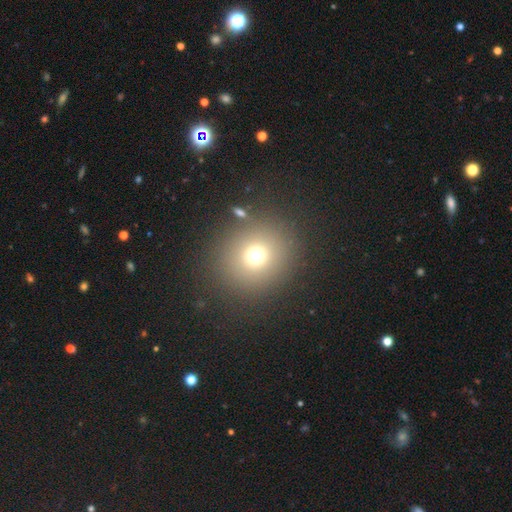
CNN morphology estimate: smooth_or_featured: smooth (p=0.71) [alt: star or artifact p=0.19]
how_rounded: round (p=0.89) [alt: in between p=0.10]
merging: none (p=0.84) [alt: minor disturbance p=0.07]